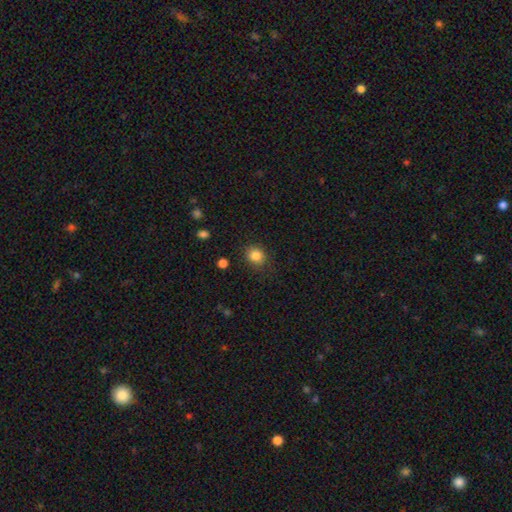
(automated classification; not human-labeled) Smooth or featured: smooth — 84% (star or artifact — 11%)
How rounded: round — 79% (in between — 20%)
Merging: none — 85% (minor disturbance — 11%)